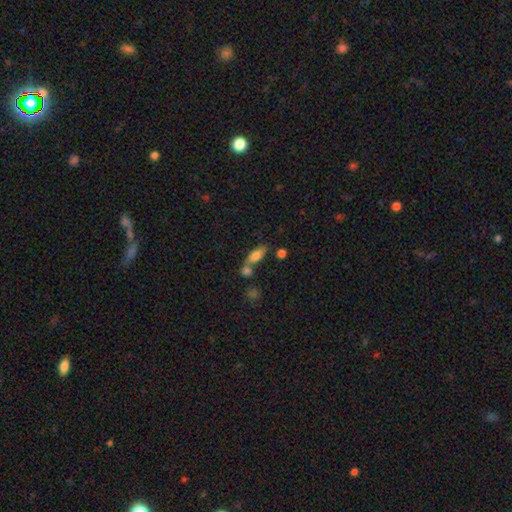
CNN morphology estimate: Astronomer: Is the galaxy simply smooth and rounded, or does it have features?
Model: smooth — 75%.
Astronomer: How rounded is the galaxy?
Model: in between — 70%.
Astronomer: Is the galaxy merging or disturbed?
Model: none — 52% (runner-up: merger, 31%).